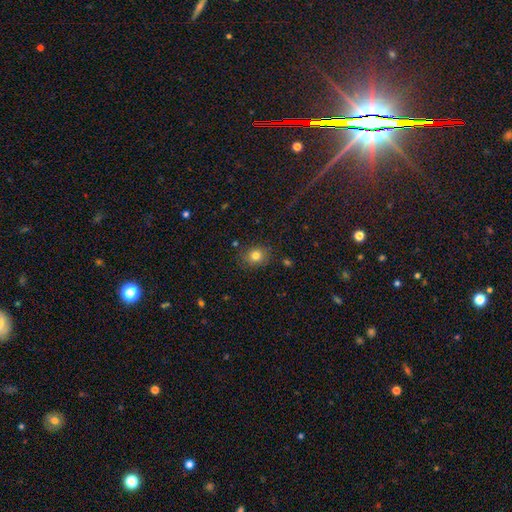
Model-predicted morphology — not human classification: A smooth galaxy with no disk features (79%) that is round (64%).

Vote fractions:
- Smooth or featured? smooth: 79% / star or artifact: 13% / featured or disk: 8%
- How rounded? round: 64% / in between: 35% / cigar-shaped: 1%
- Merging? none: 83% / minor disturbance: 12% / major disturbance: 3% / merger: 2%